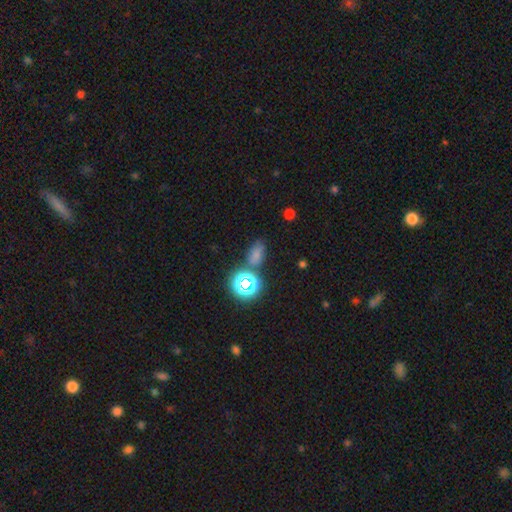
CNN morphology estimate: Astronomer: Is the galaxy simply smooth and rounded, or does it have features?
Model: smooth — 62%.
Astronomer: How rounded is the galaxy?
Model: in between — 80%.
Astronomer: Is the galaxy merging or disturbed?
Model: none — 66%.